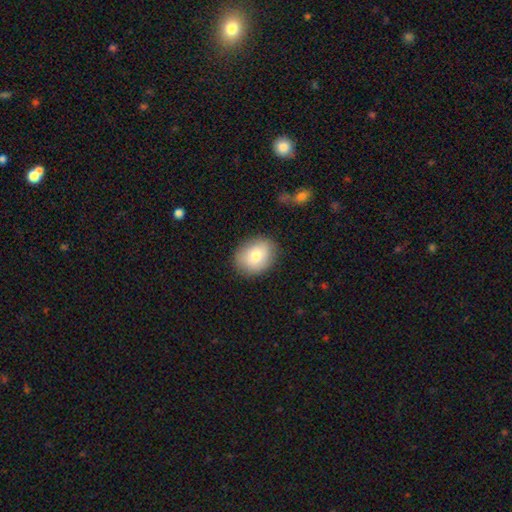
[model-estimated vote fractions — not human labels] Smooth or featured: smooth — 79% (featured or disk — 14%)
How rounded: in between — 54% (round — 45%)
Merging: none — 84% (minor disturbance — 12%)